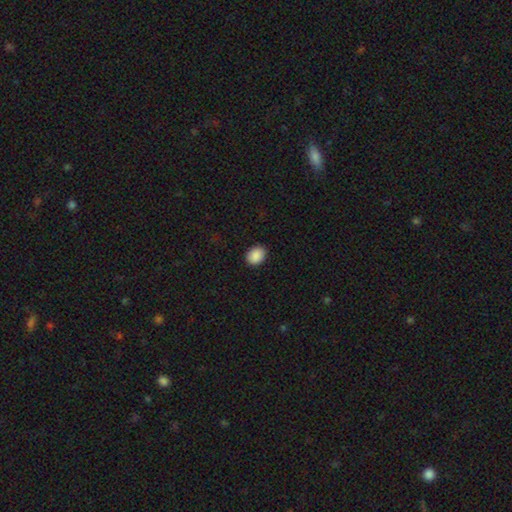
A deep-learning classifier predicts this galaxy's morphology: type=smooth (90%); roundness=in between (53%); merging=none (89%).